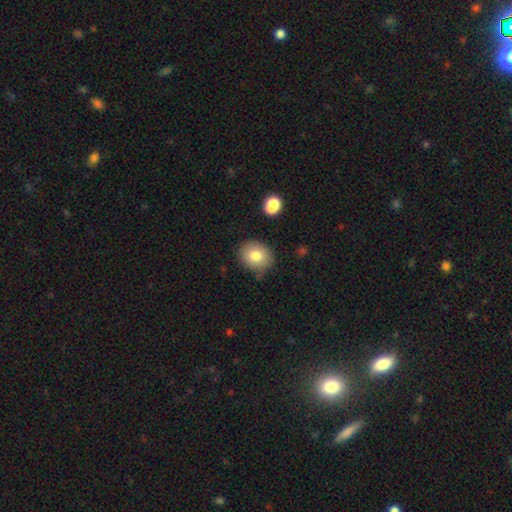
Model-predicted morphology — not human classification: type=smooth (80%); roundness=round (64%); merging=none (79%).